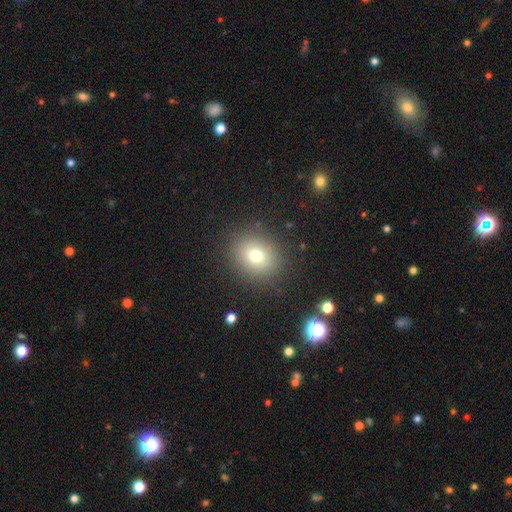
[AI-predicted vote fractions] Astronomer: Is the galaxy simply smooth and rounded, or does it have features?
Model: smooth — 73%.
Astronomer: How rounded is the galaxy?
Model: round — 75%.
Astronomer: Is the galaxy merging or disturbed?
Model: none — 87%.